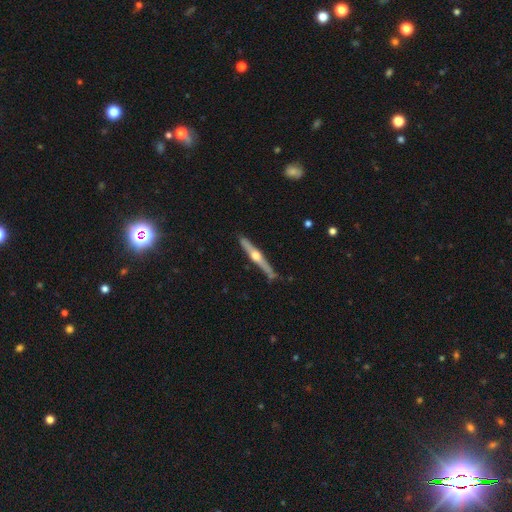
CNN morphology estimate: Q: Smooth or featured?
A: featured or disk (70%); runner-up: smooth (25%)
Q: Edge-on disk?
A: yes (97%); runner-up: no (3%)
Q: Edge-on bulge?
A: rounded (93%); runner-up: none (4%)
Q: Merging?
A: none (82%); runner-up: minor disturbance (13%)